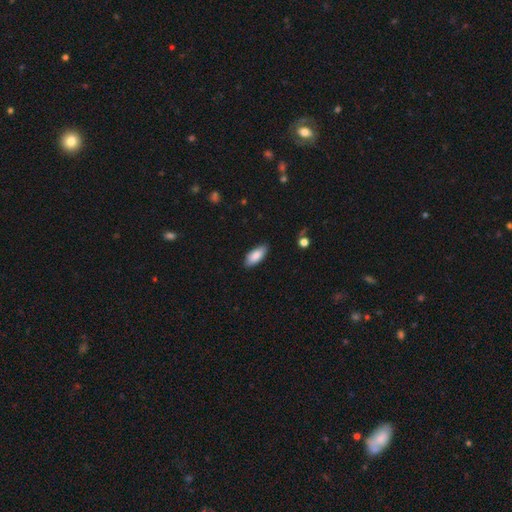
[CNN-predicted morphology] Smooth or featured?
  - smooth: 86% *
  - featured or disk: 7%
  - star or artifact: 6%
How rounded?
  - in between: 87% *
  - cigar-shaped: 11%
  - round: 2%
Merging?
  - none: 84% *
  - minor disturbance: 12%
  - major disturbance: 2%
  - merger: 1%